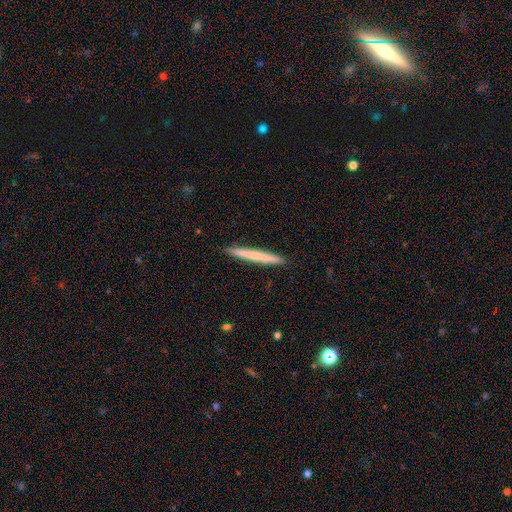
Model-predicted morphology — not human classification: smooth 62%, featured or disk 33%, star or artifact 5%. Down the decision tree: how rounded — cigar-shaped (97%); merging — none (92%).